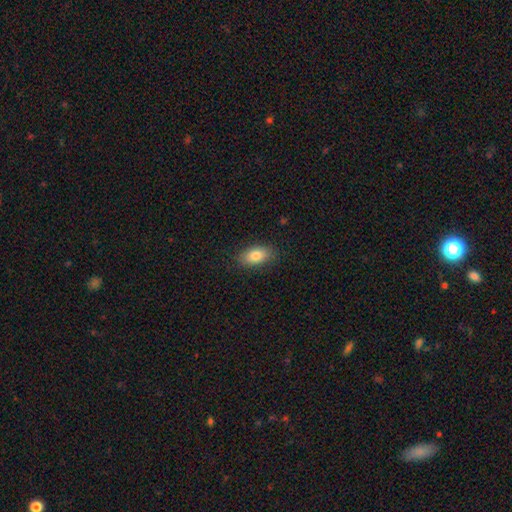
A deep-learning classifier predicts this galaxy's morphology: smooth 83%, featured or disk 10%, star or artifact 8%. Down the decision tree: how rounded — in between (90%); merging — none (86%).